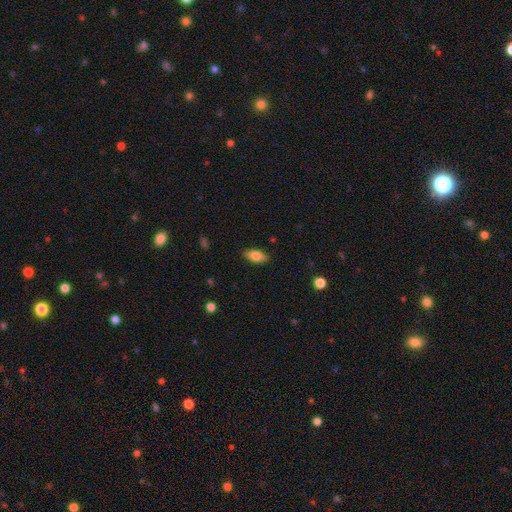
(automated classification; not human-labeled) Smooth or featured: smooth — 74% (featured or disk — 19%)
How rounded: in between — 81% (cigar-shaped — 16%)
Merging: none — 87% (minor disturbance — 10%)